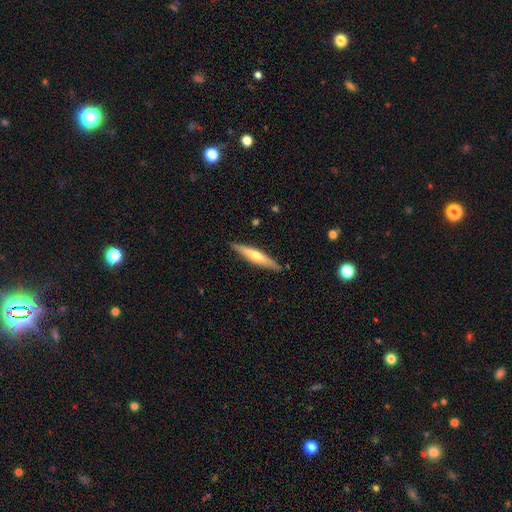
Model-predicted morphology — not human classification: type=featured or disk (54%); edge-on=yes (95%); edge-on bulge=rounded (76%); merging=none (89%).